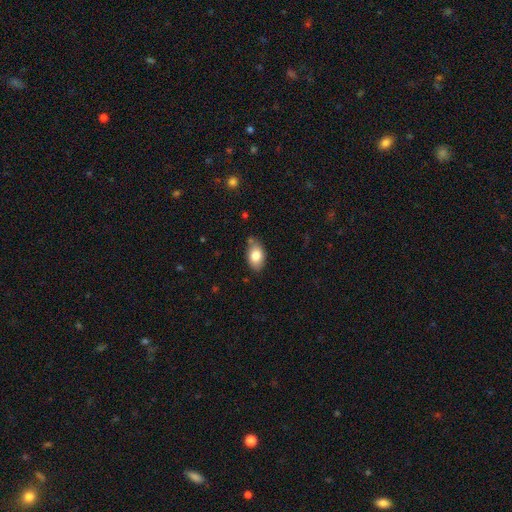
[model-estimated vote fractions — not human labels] Smooth or featured: smooth — 81% (featured or disk — 12%)
How rounded: in between — 90% (round — 9%)
Merging: none — 75% (minor disturbance — 18%)